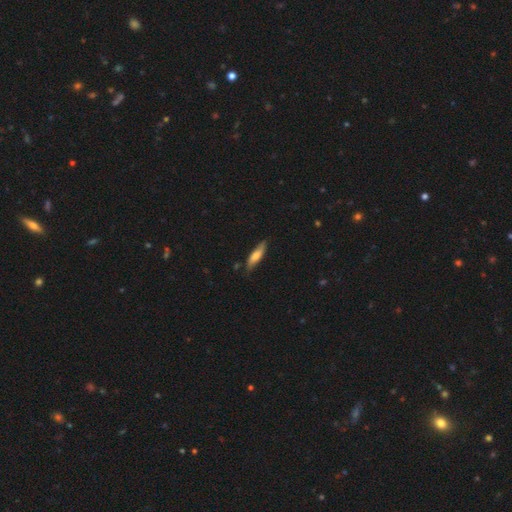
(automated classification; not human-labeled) smooth_or_featured: smooth (p=0.67) [alt: featured or disk p=0.27]
how_rounded: cigar-shaped (p=0.68) [alt: in between p=0.30]
merging: none (p=0.77) [alt: minor disturbance p=0.19]